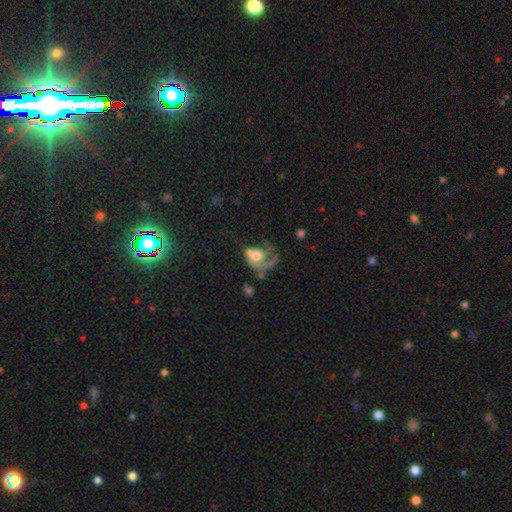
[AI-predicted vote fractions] Smooth or featured?
  - featured or disk: 67% *
  - smooth: 25%
  - star or artifact: 8%
Edge-on disk?
  - no: 98% *
  - yes: 2%
Bar?
  - no: 78% *
  - weak: 17%
  - strong: 4%
Spiral arms?
  - yes: 75% *
  - no: 25%
Bulge size?
  - moderate: 41% *
  - large: 36%
  - small: 11%
  - none: 7%
  - dominant: 5%
Merging?
  - major disturbance: 47% *
  - none: 23%
  - merger: 16%
  - minor disturbance: 14%